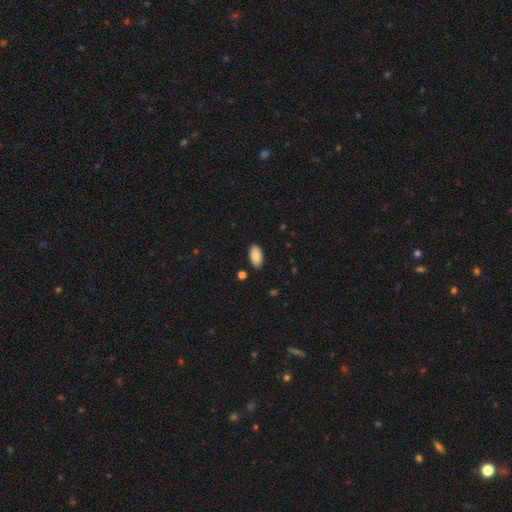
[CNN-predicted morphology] This appears to be a smooth galaxy with no disk features (89%) that is in between round and cigar-shaped (95%). Merging: none (87%).